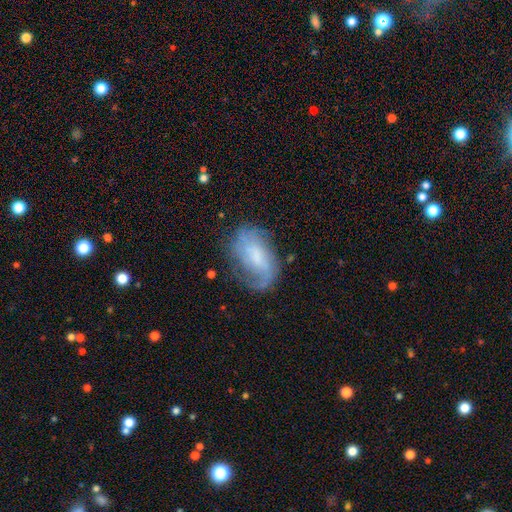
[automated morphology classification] Smooth or featured?
  - featured or disk: 63% *
  - smooth: 29%
  - star or artifact: 8%
Edge-on disk?
  - no: 96% *
  - yes: 4%
Bar?
  - weak: 45% *
  - no: 44%
  - strong: 11%
Spiral arms?
  - yes: 82% *
  - no: 18%
Bulge size?
  - small: 35% *
  - moderate: 31%
  - none: 24%
  - large: 9%
  - dominant: 2%
Merging?
  - none: 57% *
  - minor disturbance: 25%
  - major disturbance: 16%
  - merger: 2%